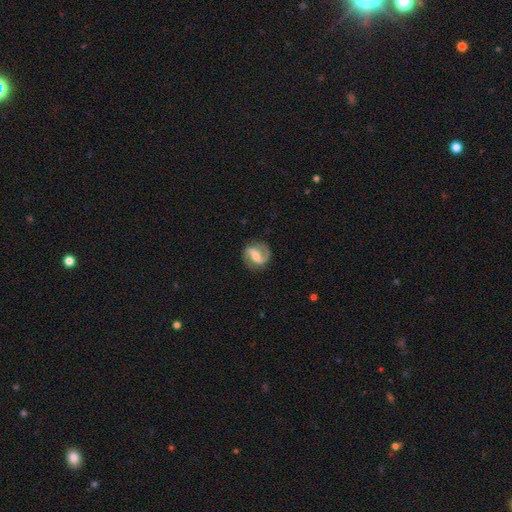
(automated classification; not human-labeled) Overall: featured or disk (86%). Edge-on disk: no (97%). Bar: strong (42%; weak 40%). Spiral arms: yes (96%). Spiral arm count: 2 (92%). Spiral winding: medium (47%; loose 36%). Bulge size: moderate (55%; small 31%). Merging: none (83%).